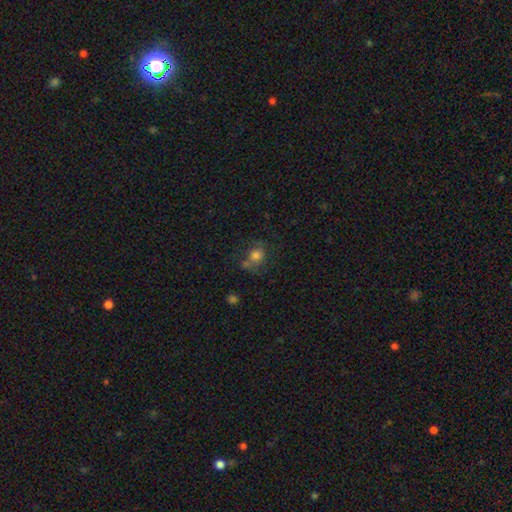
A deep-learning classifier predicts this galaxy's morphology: Smooth or featured? Predicted: smooth (p=0.72). How rounded? Predicted: round (p=0.71). Merging? Predicted: none (p=0.55).